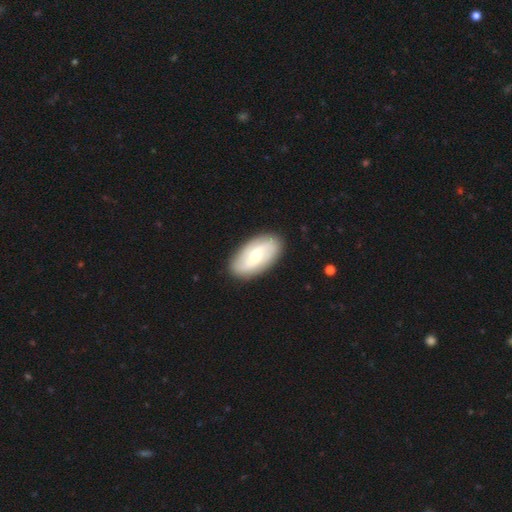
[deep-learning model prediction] Overall: featured or disk (63%; smooth 32%). Edge-on disk: no (93%). Bar: weak (47%; no 39%). Spiral arms: yes (84%). Bulge size: moderate (62%; small 31%). Merging: none (87%).